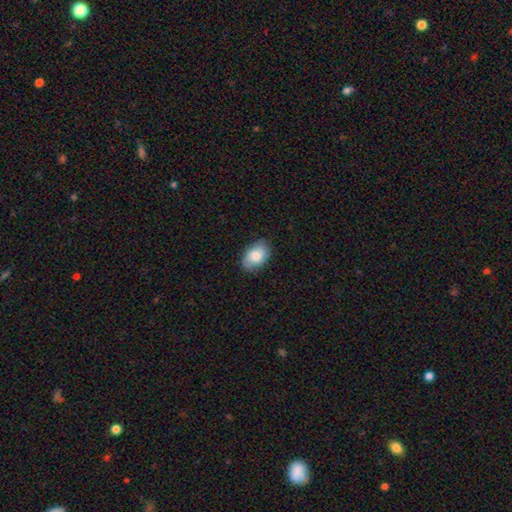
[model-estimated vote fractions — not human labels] The model was most divided on "smooth or featured": smooth: 74%, featured or disk: 19%, star or artifact: 7%. More confident: how rounded — in between (88%); merging — none (79%).